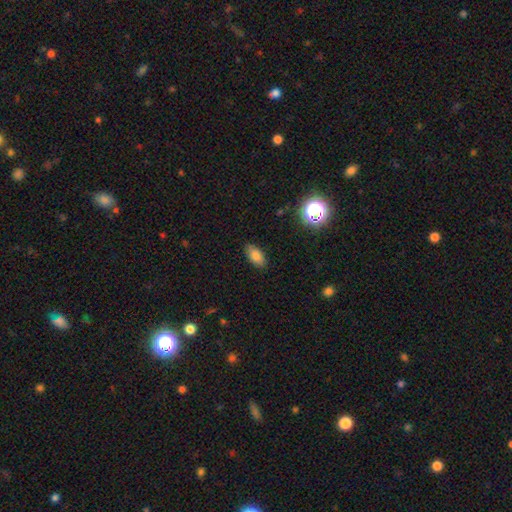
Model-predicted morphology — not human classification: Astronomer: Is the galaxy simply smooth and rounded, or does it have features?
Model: smooth — 80%.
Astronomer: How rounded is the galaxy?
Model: in between — 91%.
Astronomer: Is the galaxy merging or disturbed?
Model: none — 87%.